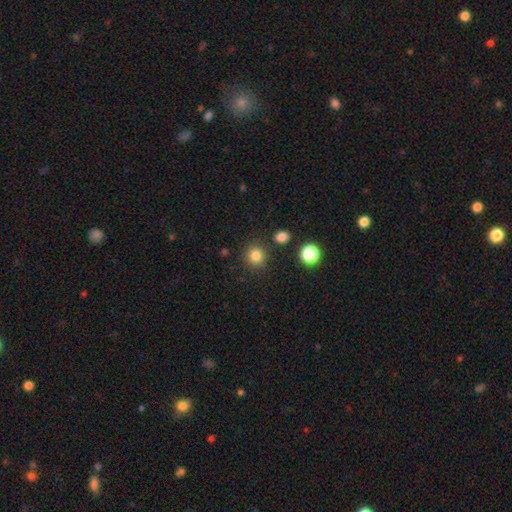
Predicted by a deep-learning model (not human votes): This appears to be a smooth galaxy with no disk features (82%) that is round (93%). Merging: none (86%).